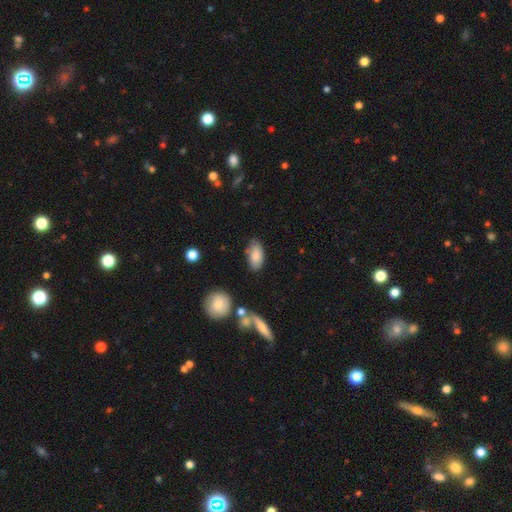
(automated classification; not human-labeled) Smooth or featured? Predicted: smooth (p=0.83). How rounded? Predicted: in between (p=0.92). Merging? Predicted: none (p=0.75).